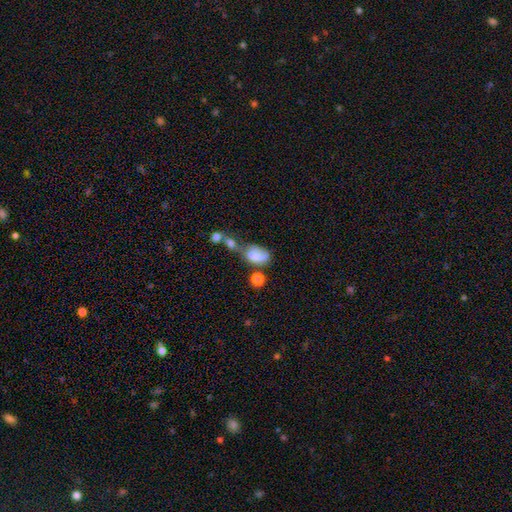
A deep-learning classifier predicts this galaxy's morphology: smooth_or_featured: smooth (p=0.67) [alt: featured or disk p=0.22]
how_rounded: in between (p=0.85) [alt: round p=0.12]
merging: merger (p=0.43) [alt: none p=0.21]